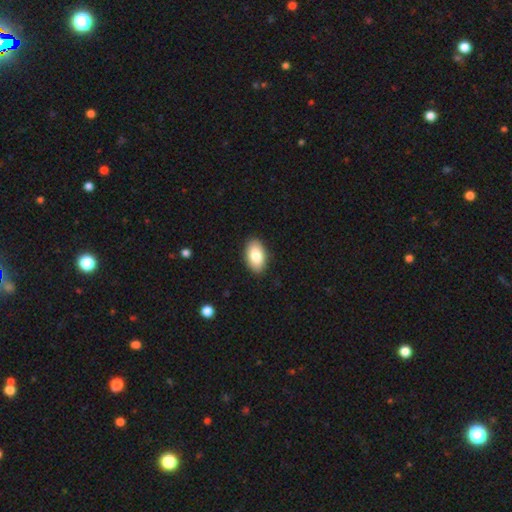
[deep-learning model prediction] smooth 84%, featured or disk 10%, star or artifact 6%. Down the decision tree: how rounded — in between (94%); merging — none (89%).